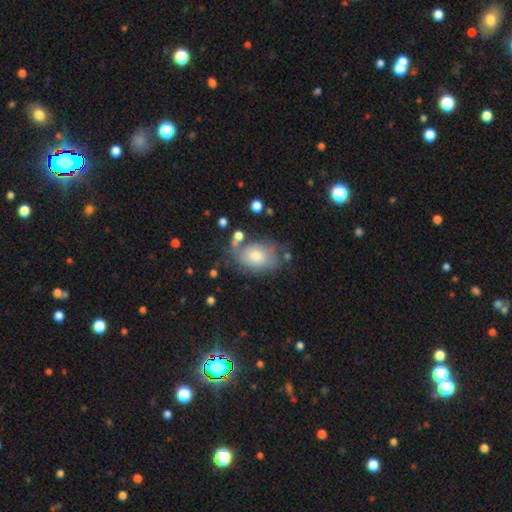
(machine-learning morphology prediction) smooth 52%, featured or disk 37%, star or artifact 11%. Down the decision tree: how rounded — in between (73%); merging — none (55%).